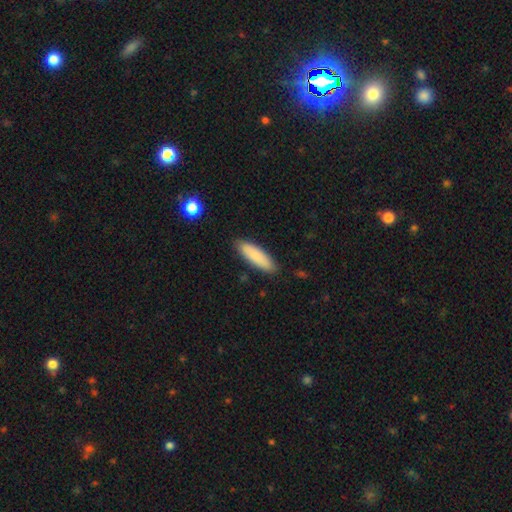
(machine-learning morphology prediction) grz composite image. It shows a smooth galaxy with no disk features (85%) that is cigar-shaped (57%). Merging: none (87%).